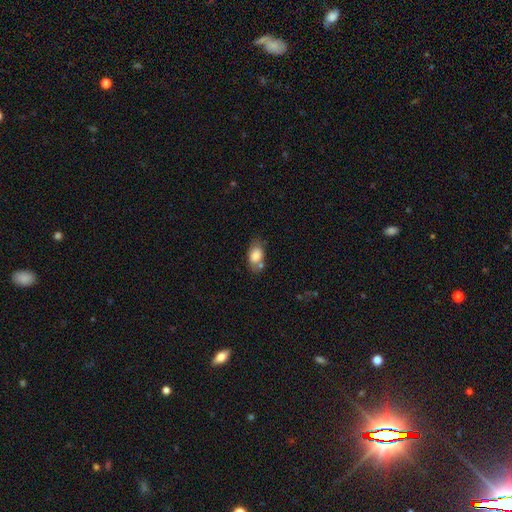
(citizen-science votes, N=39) smooth 69%, featured or disk 21%, star or artifact 10%. Down the decision tree: how rounded — in between (89%); merging — none (37%).